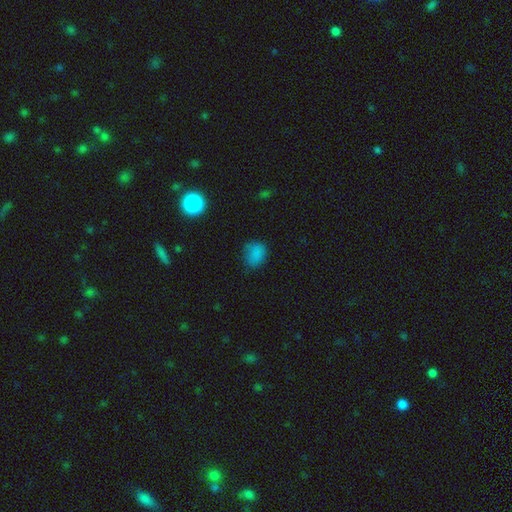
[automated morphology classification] smooth 79%, star or artifact 15%, featured or disk 6%. Down the decision tree: how rounded — round (57%); merging — none (64%).